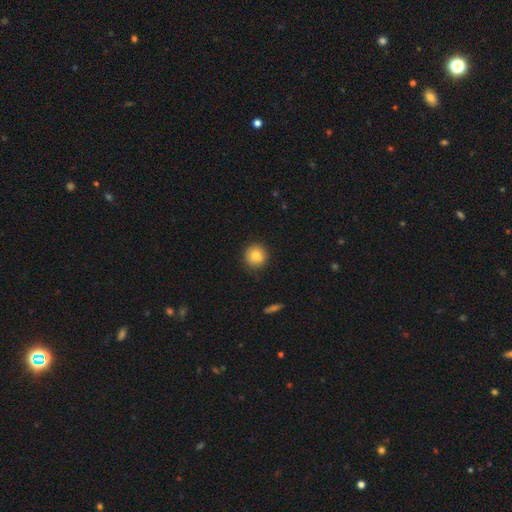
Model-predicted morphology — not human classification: Smooth or featured: smooth — 80% (featured or disk — 11%)
How rounded: round — 94% (in between — 5%)
Merging: none — 89% (minor disturbance — 8%)